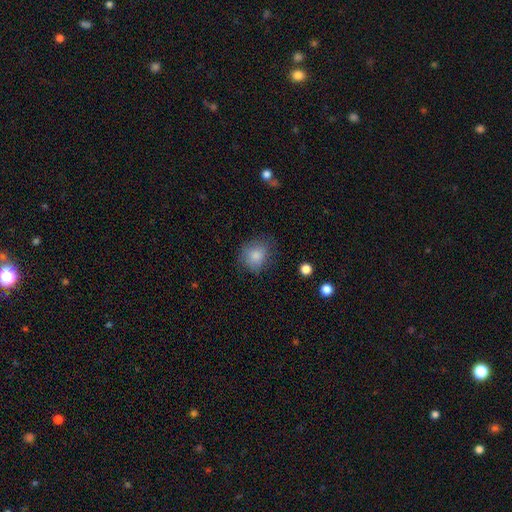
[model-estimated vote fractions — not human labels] Overall: smooth (83%). How rounded: round (68%; in between 31%). Merging: none (67%).